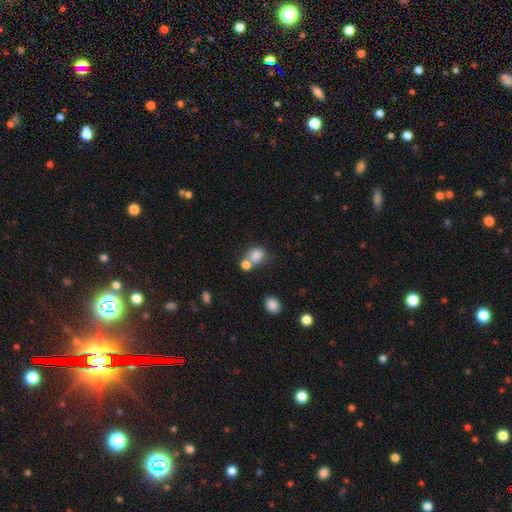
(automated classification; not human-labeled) Smooth or featured?
  - smooth: 81% *
  - star or artifact: 11%
  - featured or disk: 9%
How rounded?
  - round: 71% *
  - in between: 28%
  - cigar-shaped: 1%
Merging?
  - merger: 43% *
  - none: 41%
  - minor disturbance: 11%
  - major disturbance: 5%